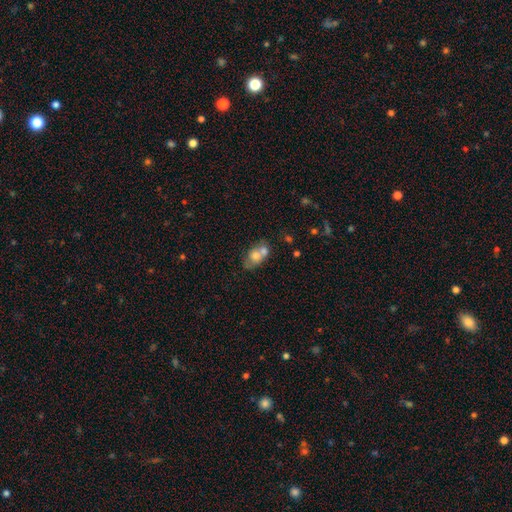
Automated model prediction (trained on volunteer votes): A smooth galaxy with no disk features (66%) that is in between round and cigar-shaped (67%). Merging: merger (58%).